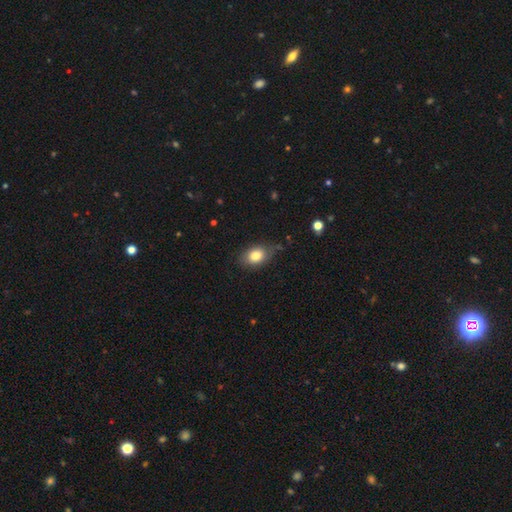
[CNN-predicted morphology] A smooth galaxy with no disk features (81%) that is in between round and cigar-shaped (81%).

Vote fractions:
- Smooth or featured? smooth: 81% / featured or disk: 11% / star or artifact: 8%
- How rounded? in between: 81% / round: 17% / cigar-shaped: 1%
- Merging? none: 71% / minor disturbance: 22% / major disturbance: 5% / merger: 2%